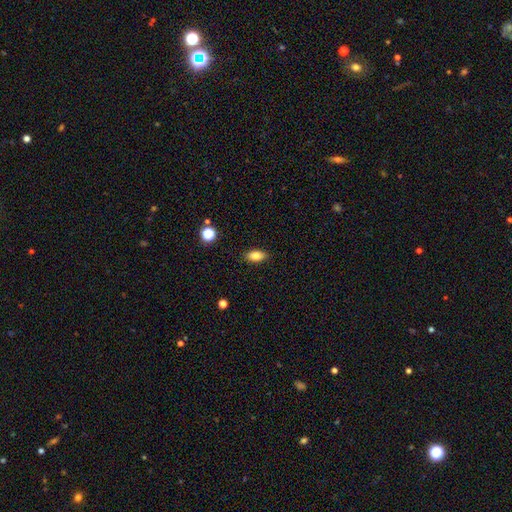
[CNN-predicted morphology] smooth 83%, star or artifact 9%, featured or disk 8%. Down the decision tree: how rounded — in between (88%); merging — none (88%).